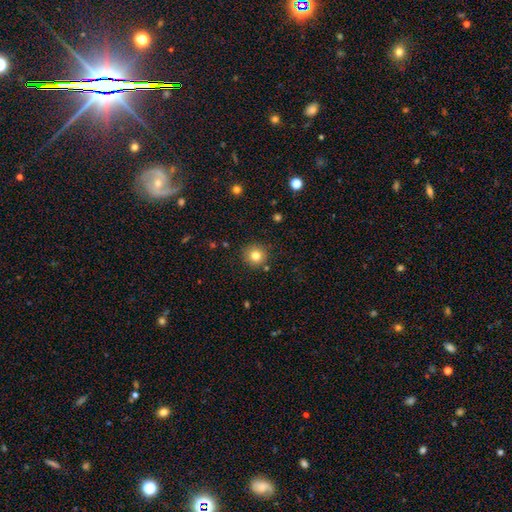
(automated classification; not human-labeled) This appears to be a smooth galaxy with no disk features (81%) that is round (94%). Merging: none (88%).